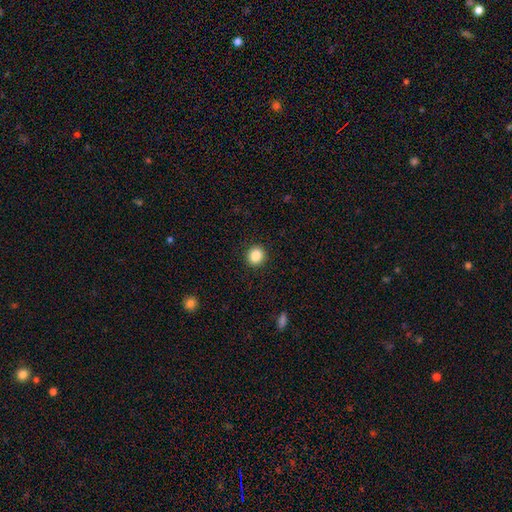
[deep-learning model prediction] Smooth or featured: smooth — 86% (star or artifact — 10%)
How rounded: round — 87% (in between — 12%)
Merging: none — 92% (minor disturbance — 5%)